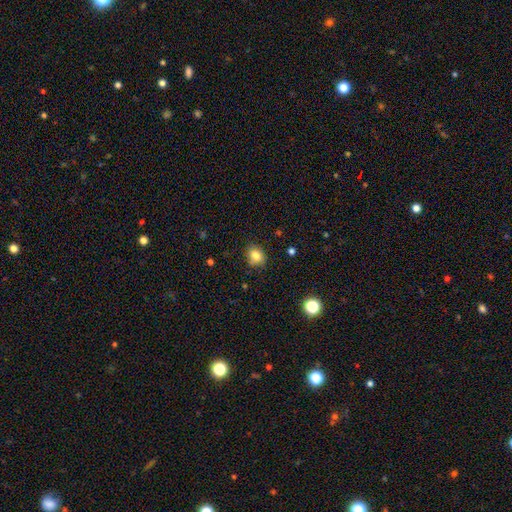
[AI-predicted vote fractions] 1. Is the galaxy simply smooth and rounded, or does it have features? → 81% smooth, 11% star or artifact, 8% featured or disk.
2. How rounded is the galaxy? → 51% round, 48% in between, 1% cigar-shaped.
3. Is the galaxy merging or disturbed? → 78% none, 15% minor disturbance, 4% merger, 3% major disturbance.